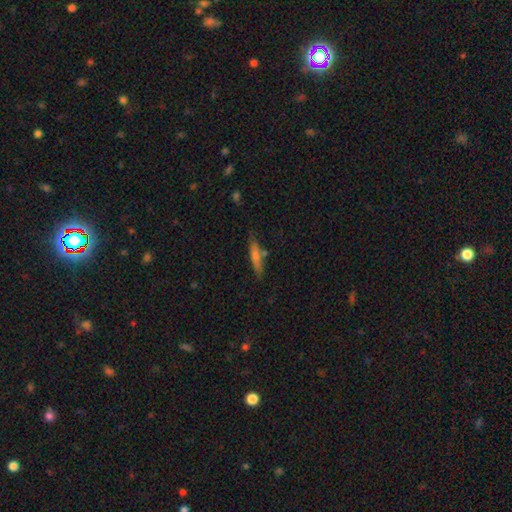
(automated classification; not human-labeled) smooth 51%, featured or disk 40%, star or artifact 9%. Down the decision tree: how rounded — cigar-shaped (87%); merging — none (79%).